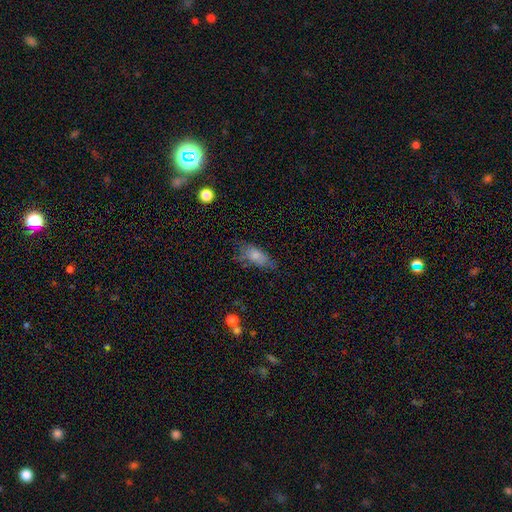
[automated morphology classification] A smooth galaxy with no disk features (74%) that is in between round and cigar-shaped (82%).

Vote fractions:
- Smooth or featured? smooth: 74% / featured or disk: 17% / star or artifact: 9%
- How rounded? in between: 82% / cigar-shaped: 14% / round: 4%
- Merging? none: 56% / minor disturbance: 29% / major disturbance: 12% / merger: 3%